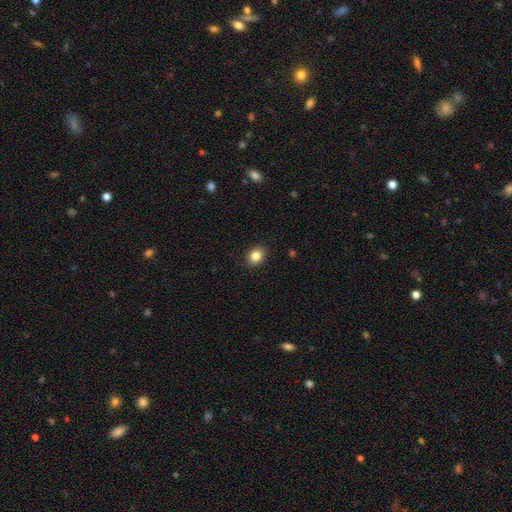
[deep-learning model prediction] A smooth galaxy with no disk features (84%) that is round (57%). Merging: none (88%).